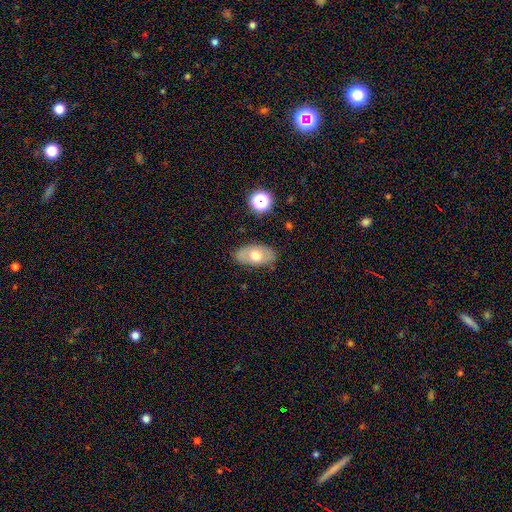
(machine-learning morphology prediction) A smooth galaxy with no disk features (58%) that is in between round and cigar-shaped (91%).

Vote fractions:
- Smooth or featured? smooth: 58% / featured or disk: 34% / star or artifact: 8%
- How rounded? in between: 91% / round: 7% / cigar-shaped: 2%
- Merging? none: 81% / minor disturbance: 14% / major disturbance: 3% / merger: 2%